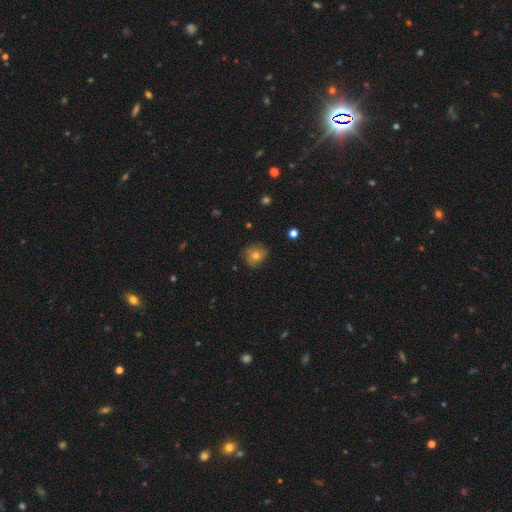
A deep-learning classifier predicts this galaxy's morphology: smooth 72%, featured or disk 16%, star or artifact 12%. Down the decision tree: how rounded — round (83%); merging — none (77%).